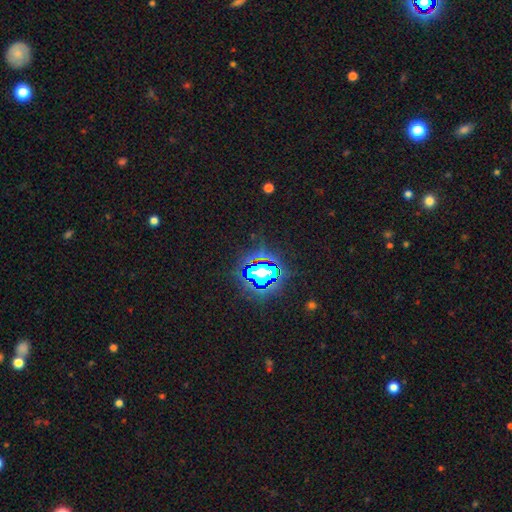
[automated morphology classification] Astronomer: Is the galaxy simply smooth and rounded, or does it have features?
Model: star or artifact — 79%.